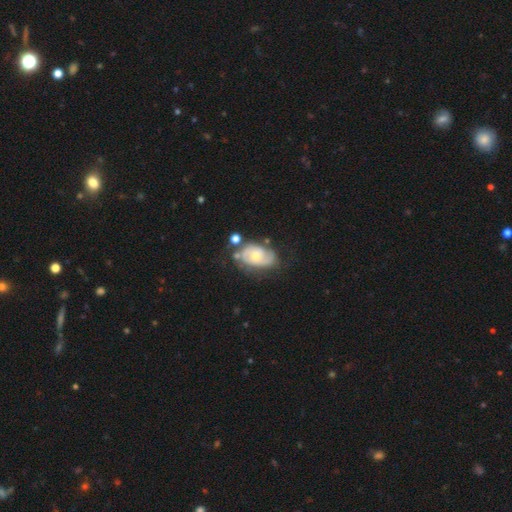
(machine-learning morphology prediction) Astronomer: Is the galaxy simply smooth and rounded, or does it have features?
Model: featured or disk — 72%.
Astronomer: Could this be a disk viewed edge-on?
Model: no — 96%.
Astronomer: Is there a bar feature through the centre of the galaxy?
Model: no — 71%.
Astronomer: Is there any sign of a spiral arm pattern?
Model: yes — 82%.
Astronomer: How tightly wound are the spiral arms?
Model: tight — 48% (runner-up: medium, 37%).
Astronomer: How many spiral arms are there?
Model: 2 — 59%.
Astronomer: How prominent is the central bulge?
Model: moderate — 56% (runner-up: small, 38%).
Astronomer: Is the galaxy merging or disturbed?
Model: none — 51%.